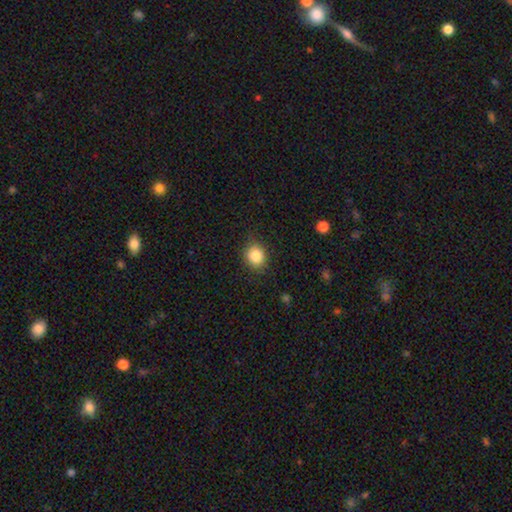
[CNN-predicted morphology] The model was most divided on "how rounded": round: 73%, in between: 26%, cigar-shaped: 1%. More confident: merging — none (84%); smooth or featured — smooth (84%).